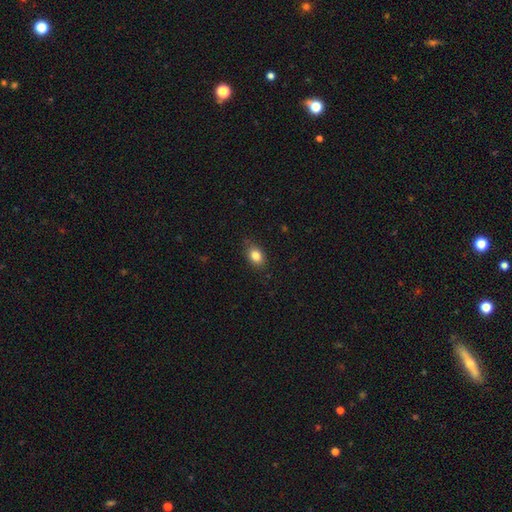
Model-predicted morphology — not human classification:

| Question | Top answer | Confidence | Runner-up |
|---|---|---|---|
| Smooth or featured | smooth | 84% | star or artifact (9%) |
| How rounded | in between | 75% | round (24%) |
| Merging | none | 83% | minor disturbance (14%) |